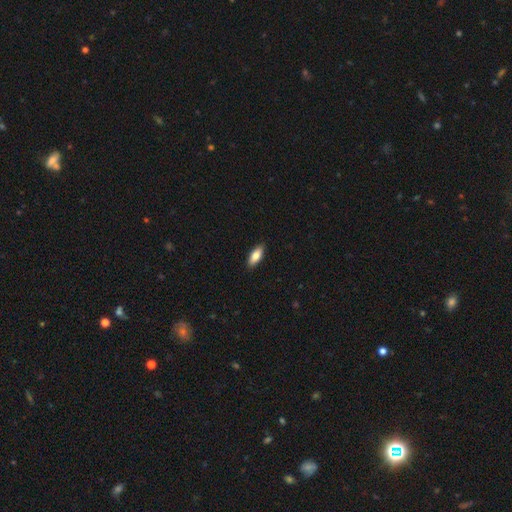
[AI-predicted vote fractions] smooth_or_featured: smooth (p=0.79) [alt: featured or disk p=0.15]
how_rounded: in between (p=0.73) [alt: cigar-shaped p=0.25]
merging: none (p=0.90) [alt: minor disturbance p=0.08]